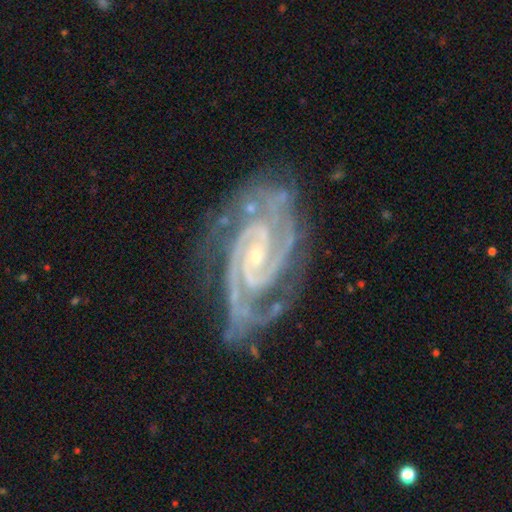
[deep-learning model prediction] Q: Smooth or featured?
A: featured or disk (93%); runner-up: star or artifact (5%)
Q: Edge-on disk?
A: no (97%); runner-up: yes (3%)
Q: Bar?
A: weak (40%); runner-up: no (39%)
Q: Spiral arms?
A: yes (99%); runner-up: no (1%)
Q: Spiral winding?
A: tight (63%); runner-up: medium (33%)
Q: Spiral arm count?
A: 2 (65%); runner-up: 3 (17%)
Q: Bulge size?
A: small (75%); runner-up: moderate (21%)
Q: Merging?
A: none (71%); runner-up: minor disturbance (20%)